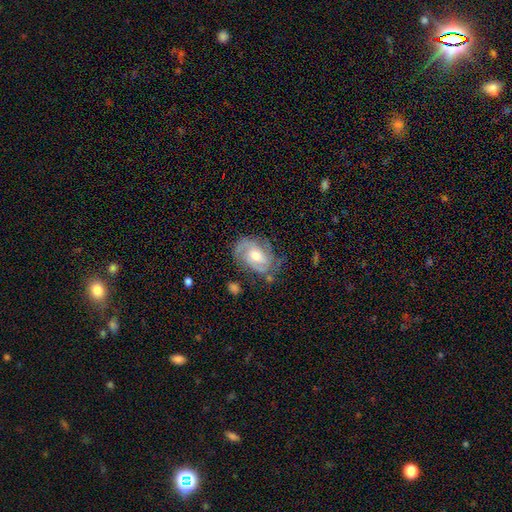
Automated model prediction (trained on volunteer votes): This appears to be a featured or disk galaxy (80%) with no bar (48%), 2 (62%) tight (48%) spiral arms (93%) and a moderate central bulge (67%). Merging: none (66%).